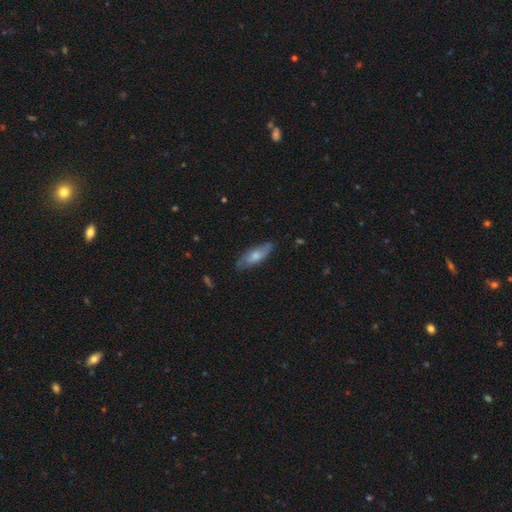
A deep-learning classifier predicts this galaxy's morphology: Q: Smooth or featured?
A: smooth (68%); runner-up: featured or disk (27%)
Q: How rounded?
A: in between (61%); runner-up: cigar-shaped (37%)
Q: Merging?
A: none (78%); runner-up: minor disturbance (18%)